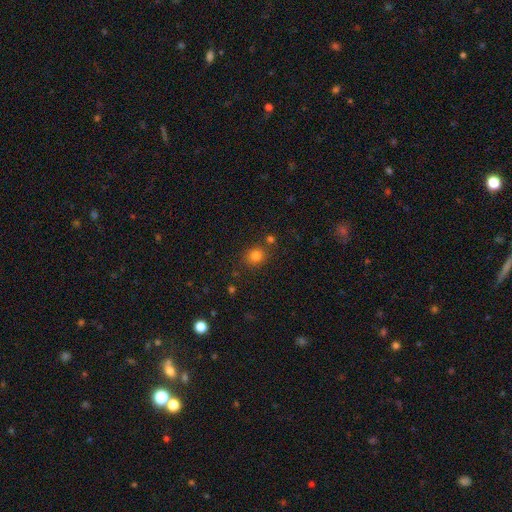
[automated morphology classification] smooth-or-featured: smooth: 79% | star or artifact: 14% | featured or disk: 7%
  how-rounded: round: 74% | in between: 25% | cigar-shaped: 1%
  merging: none: 79% | minor disturbance: 10% | merger: 8% | major disturbance: 3%